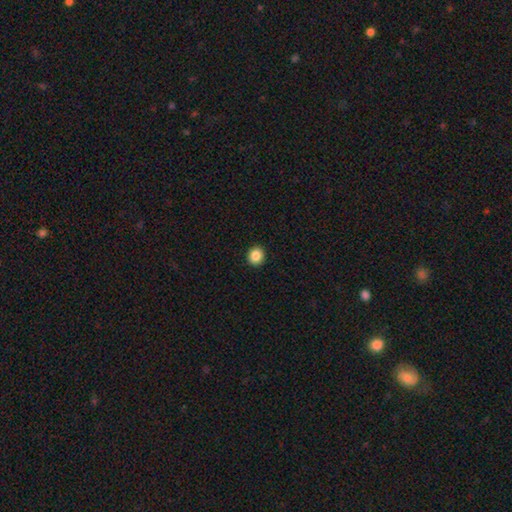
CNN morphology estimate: Smooth or featured?
  - smooth: 86% *
  - star or artifact: 10%
  - featured or disk: 5%
How rounded?
  - round: 84% *
  - in between: 15%
  - cigar-shaped: 1%
Merging?
  - none: 93% *
  - minor disturbance: 5%
  - major disturbance: 1%
  - merger: 1%